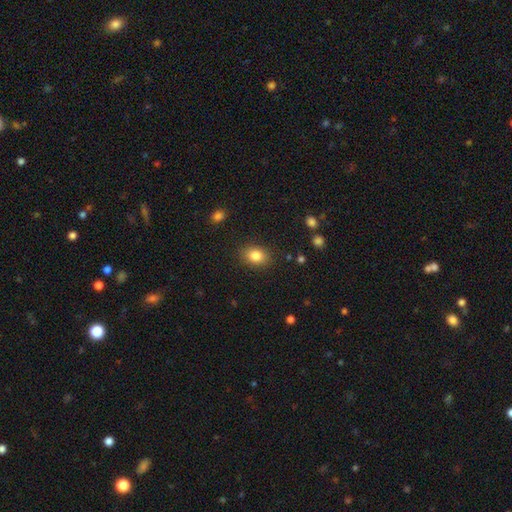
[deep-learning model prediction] smooth 84%, star or artifact 10%, featured or disk 6%. Down the decision tree: how rounded — in between (63%); merging — none (87%).